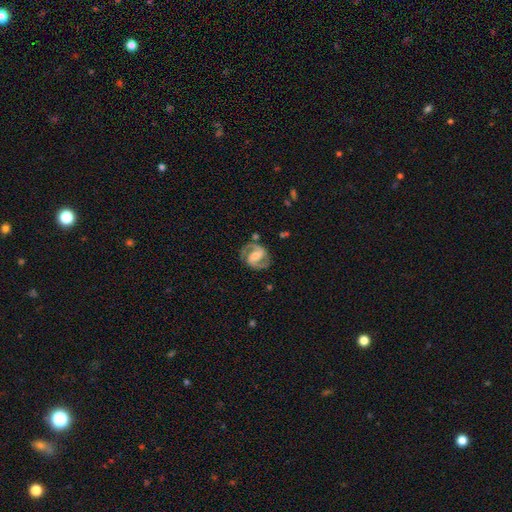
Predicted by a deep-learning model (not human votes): smooth_or_featured: featured or disk (p=0.88) [alt: smooth p=0.07]
disk_edge_on: no (p=0.98) [alt: yes p=0.02]
bar: weak (p=0.44) [alt: strong p=0.32]
has_spiral_arms: yes (p=0.97) [alt: no p=0.03]
spiral_winding: medium (p=0.59) [alt: tight p=0.28]
spiral_arm_count: 2 (p=0.93) [alt: can't tell p=0.03]
bulge_size: moderate (p=0.48) [alt: small p=0.42]
merging: none (p=0.81) [alt: minor disturbance p=0.13]